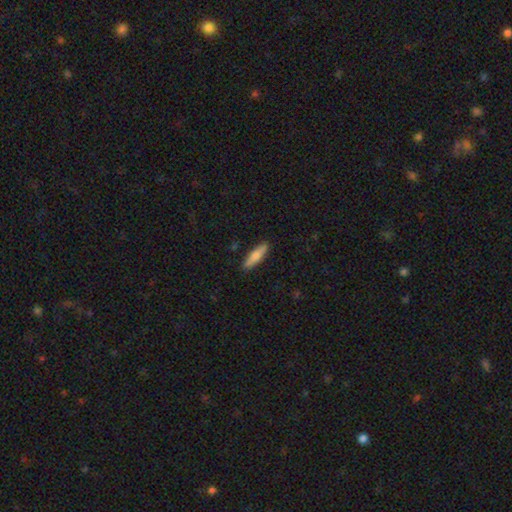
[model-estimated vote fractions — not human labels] smooth 76%, featured or disk 19%, star or artifact 5%. Down the decision tree: how rounded — cigar-shaped (74%); merging — none (89%).